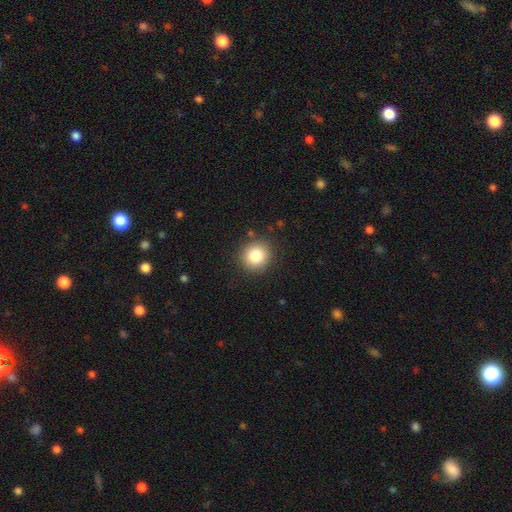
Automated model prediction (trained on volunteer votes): This is clearly a smooth galaxy (84%). How rounded: clearly round (90%). Merging: clearly none (89%).